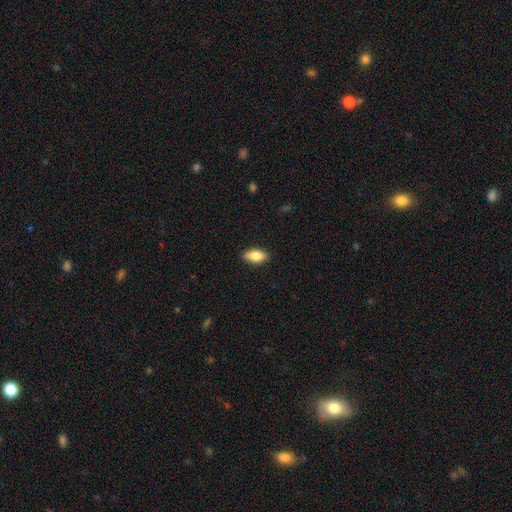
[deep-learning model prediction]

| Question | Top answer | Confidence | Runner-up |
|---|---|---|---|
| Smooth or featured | smooth | 81% | featured or disk (12%) |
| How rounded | in between | 86% | cigar-shaped (11%) |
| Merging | none | 88% | minor disturbance (9%) |